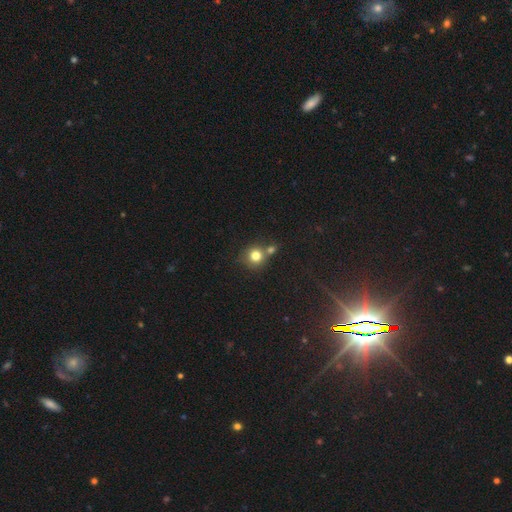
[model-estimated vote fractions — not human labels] Overall: smooth (79%). How rounded: round (89%). Merging: none (56%; merger 31%).